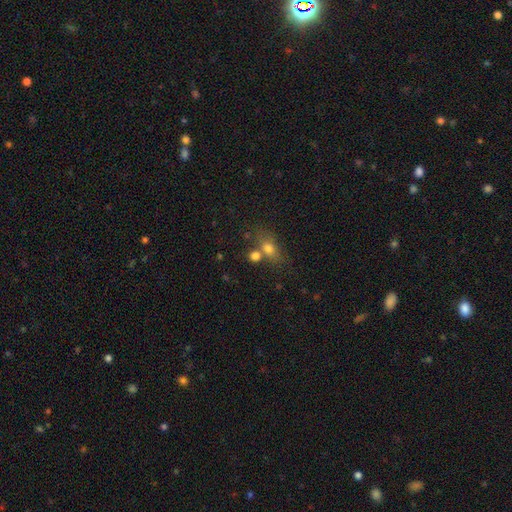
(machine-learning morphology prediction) Smooth or featured: smooth — 75% (featured or disk — 12%)
How rounded: in between — 50% (round — 46%)
Merging: none — 47% (merger — 36%)